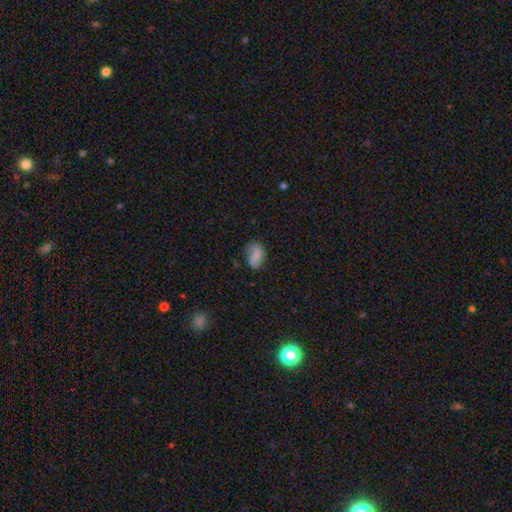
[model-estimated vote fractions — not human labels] Smooth or featured: smooth — 74% (featured or disk — 17%)
How rounded: in between — 87% (round — 11%)
Merging: none — 57% (minor disturbance — 29%)